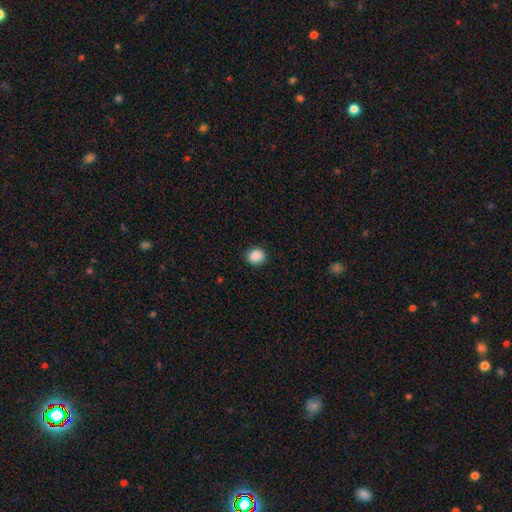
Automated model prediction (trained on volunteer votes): Smooth or featured?
  - smooth: 88% *
  - star or artifact: 9%
  - featured or disk: 3%
How rounded?
  - round: 79% *
  - in between: 20%
  - cigar-shaped: 1%
Merging?
  - none: 89% *
  - minor disturbance: 8%
  - major disturbance: 2%
  - merger: 1%